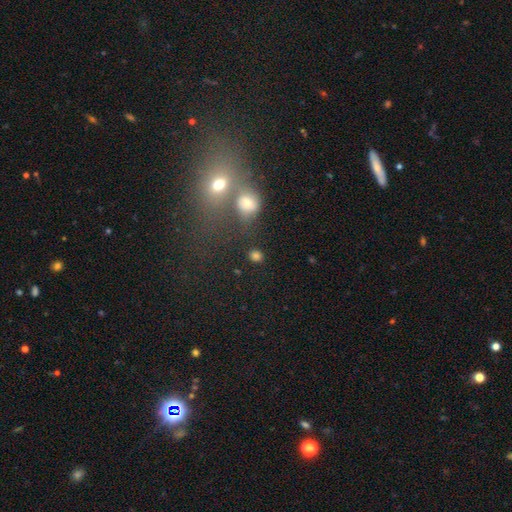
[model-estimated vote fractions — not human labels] Morphology: type=smooth (79%); roundness=round (65%); merging=none (73%).